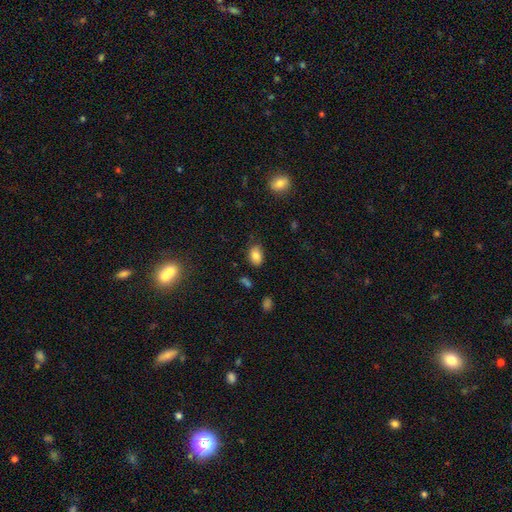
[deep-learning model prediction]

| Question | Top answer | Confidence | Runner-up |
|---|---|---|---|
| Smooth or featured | smooth | 82% | star or artifact (10%) |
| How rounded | in between | 78% | round (21%) |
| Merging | none | 75% | minor disturbance (19%) |